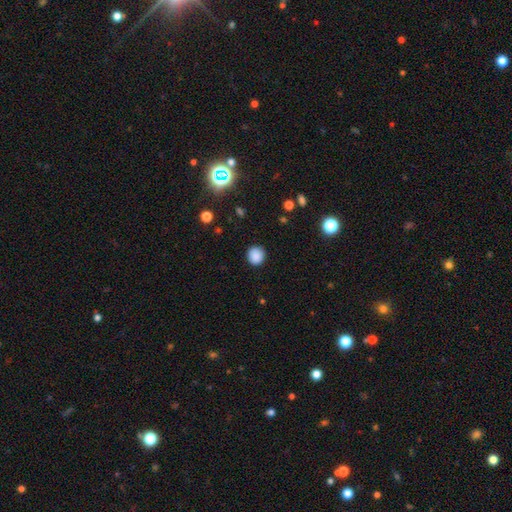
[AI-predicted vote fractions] Smooth or featured? Predicted: smooth (p=0.87). How rounded? Predicted: round (p=0.89). Merging? Predicted: none (p=0.90).